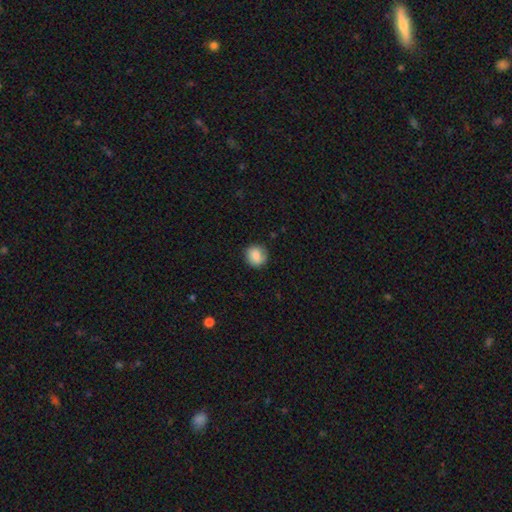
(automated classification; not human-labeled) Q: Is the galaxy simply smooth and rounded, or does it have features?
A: smooth — 83%.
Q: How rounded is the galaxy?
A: round — 88%.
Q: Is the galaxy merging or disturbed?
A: none — 84%.